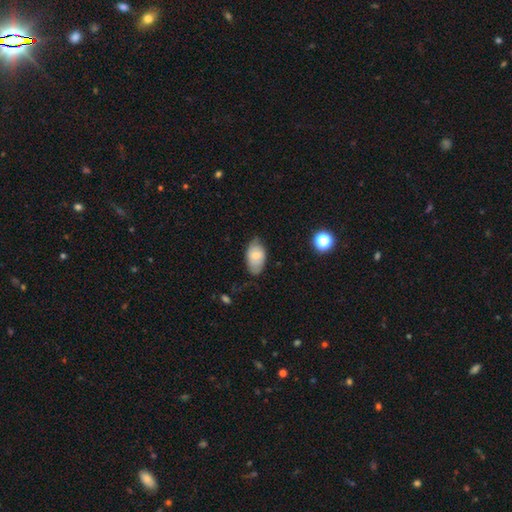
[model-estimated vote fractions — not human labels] A smooth galaxy with no disk features (67%) that is in between round and cigar-shaped (92%).

Vote fractions:
- Smooth or featured? smooth: 67% / featured or disk: 25% / star or artifact: 8%
- How rounded? in between: 92% / round: 7% / cigar-shaped: 2%
- Merging? none: 61% / minor disturbance: 31% / major disturbance: 7% / merger: 1%